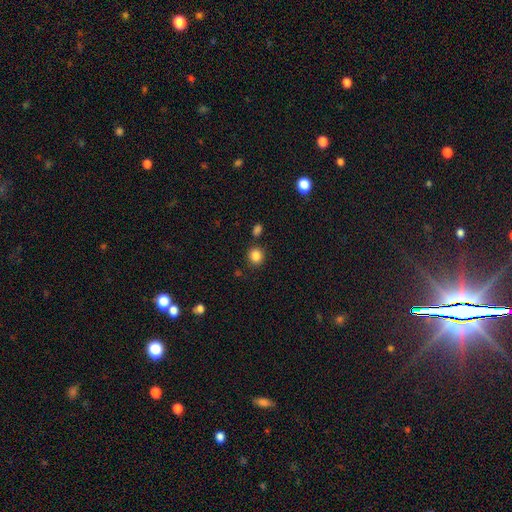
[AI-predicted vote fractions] Overall: smooth (85%). How rounded: round (83%). Merging: none (84%).